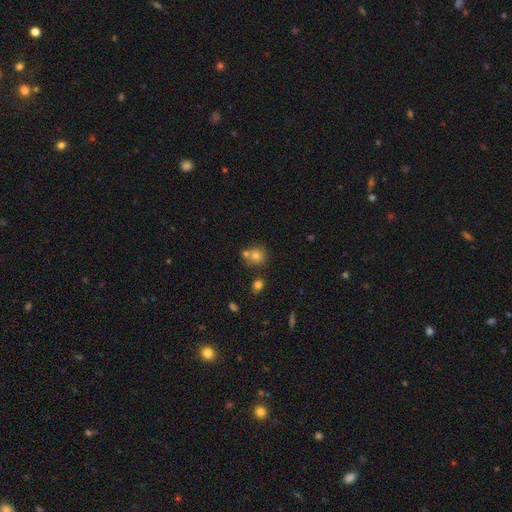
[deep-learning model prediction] A smooth galaxy with no disk features (75%) that is round (86%).

Vote fractions:
- Smooth or featured? smooth: 75% / star or artifact: 14% / featured or disk: 11%
- How rounded? round: 86% / in between: 13% / cigar-shaped: 1%
- Merging? none: 57% / merger: 30% / minor disturbance: 10% / major disturbance: 3%